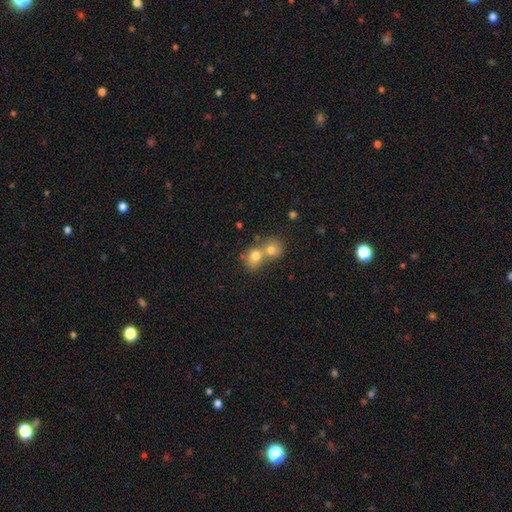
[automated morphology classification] The model was most divided on "how rounded": round: 66%, in between: 33%, cigar-shaped: 1%. More confident: smooth or featured — smooth (74%); merging — merger (66%).